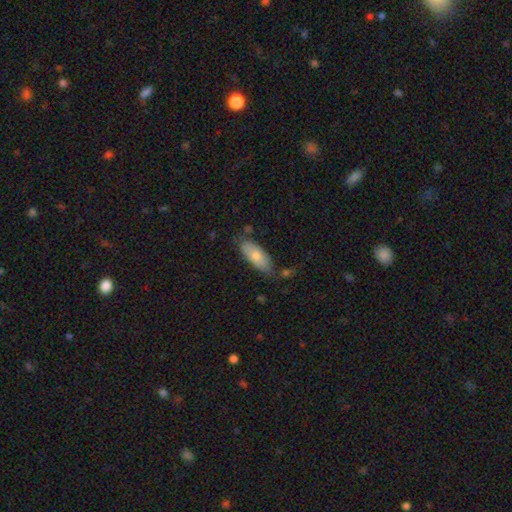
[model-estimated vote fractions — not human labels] The model was most divided on "smooth or featured": smooth: 70%, featured or disk: 24%, star or artifact: 6%. More confident: how rounded — in between (79%); merging — none (70%).